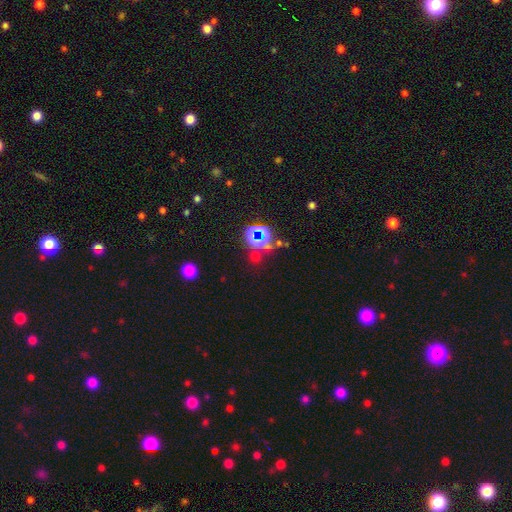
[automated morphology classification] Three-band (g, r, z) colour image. It shows a star or artifact, not a galaxy (65%).